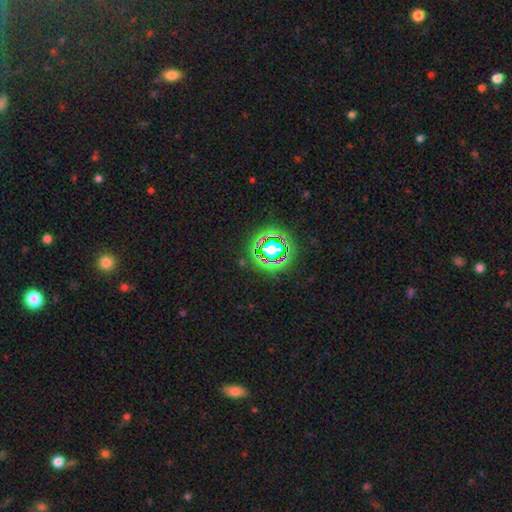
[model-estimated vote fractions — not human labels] Morphology: type=star or artifact (79%).